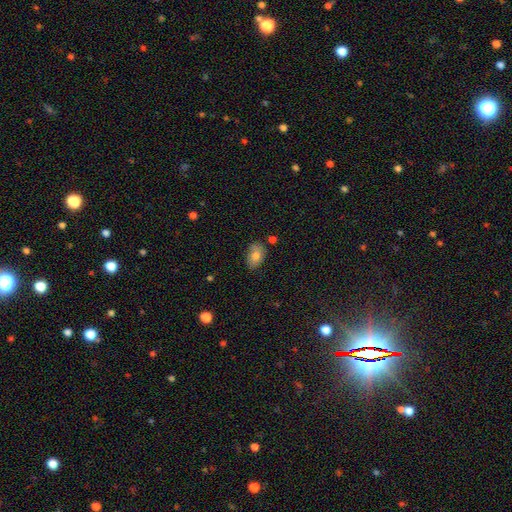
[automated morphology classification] smooth 80%, featured or disk 12%, star or artifact 8%. Down the decision tree: how rounded — in between (87%); merging — none (76%).